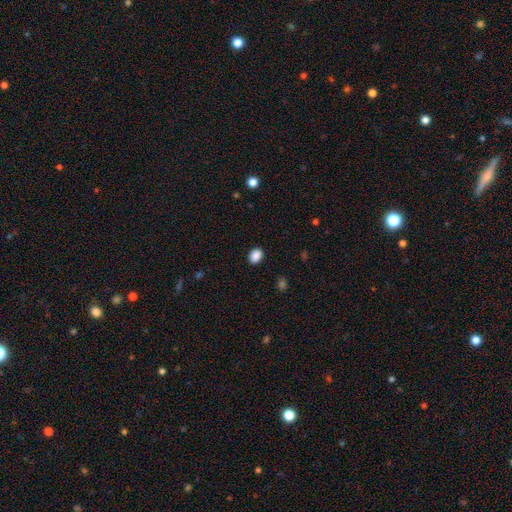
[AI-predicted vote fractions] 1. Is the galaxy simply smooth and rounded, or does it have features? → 89% smooth, 9% star or artifact, 3% featured or disk.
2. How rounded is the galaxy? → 59% in between, 40% round, 1% cigar-shaped.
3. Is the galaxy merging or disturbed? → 90% none, 7% minor disturbance, 2% major disturbance, 1% merger.